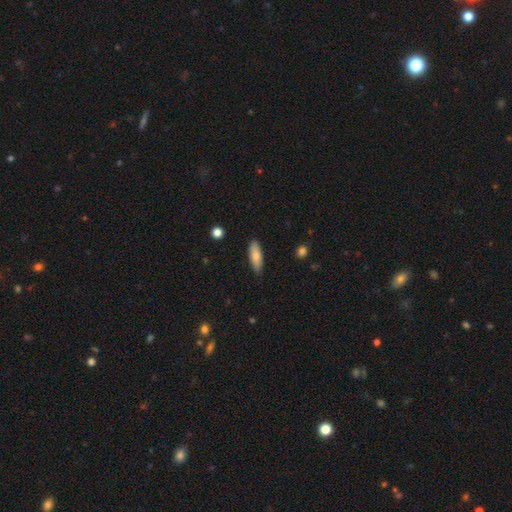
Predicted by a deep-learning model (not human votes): Q: Smooth or featured?
A: smooth (80%); runner-up: featured or disk (14%)
Q: How rounded?
A: in between (58%); runner-up: cigar-shaped (40%)
Q: Merging?
A: none (81%); runner-up: minor disturbance (15%)